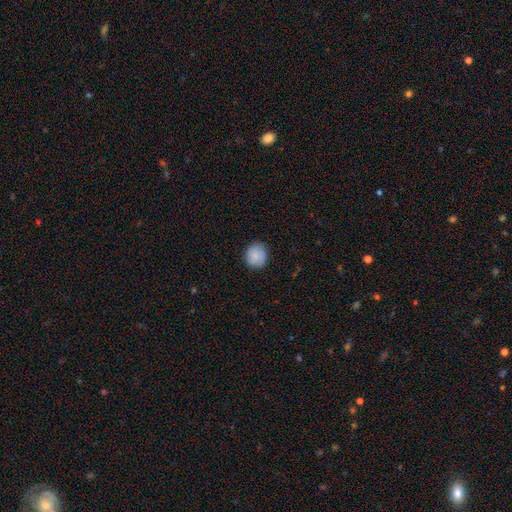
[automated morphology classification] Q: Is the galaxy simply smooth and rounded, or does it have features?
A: smooth — 87%.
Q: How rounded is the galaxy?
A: round — 88%.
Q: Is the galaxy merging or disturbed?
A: none — 86%.